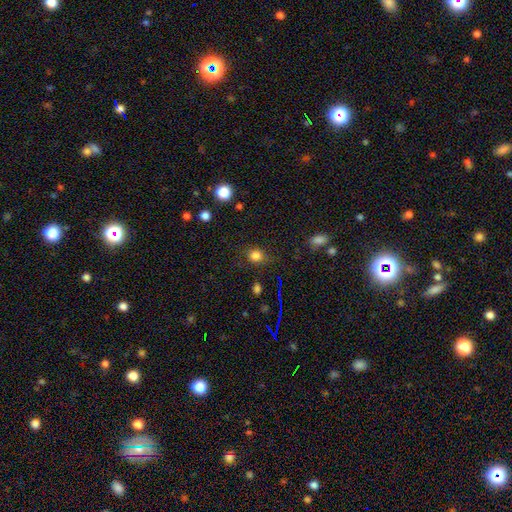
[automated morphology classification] Smooth or featured? smooth (80%)
How rounded? round (72%)
Merging? none (79%)